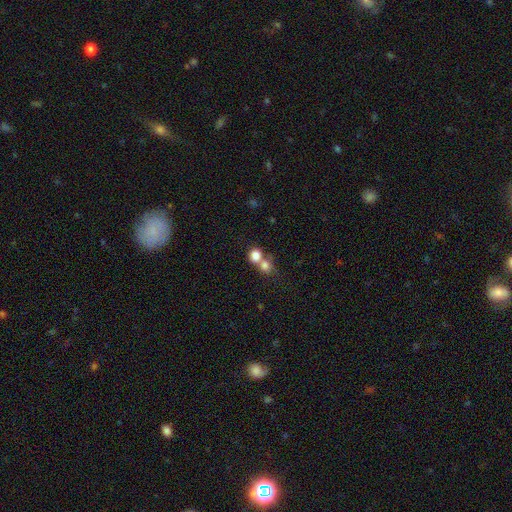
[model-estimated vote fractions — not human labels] A smooth galaxy with no disk features (79%) that is round (78%).

Vote fractions:
- Smooth or featured? smooth: 79% / star or artifact: 11% / featured or disk: 10%
- How rounded? round: 78% / in between: 20% / cigar-shaped: 1%
- Merging? merger: 56% / none: 35% / minor disturbance: 6% / major disturbance: 3%